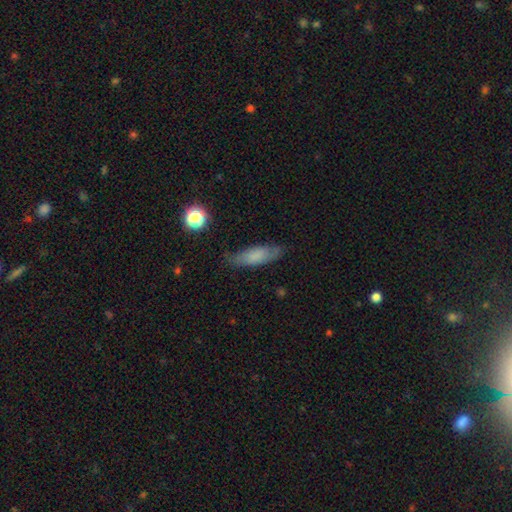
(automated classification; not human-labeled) Smooth or featured? Predicted: smooth (p=0.72). How rounded? Predicted: in between (p=0.52). Merging? Predicted: none (p=0.73).